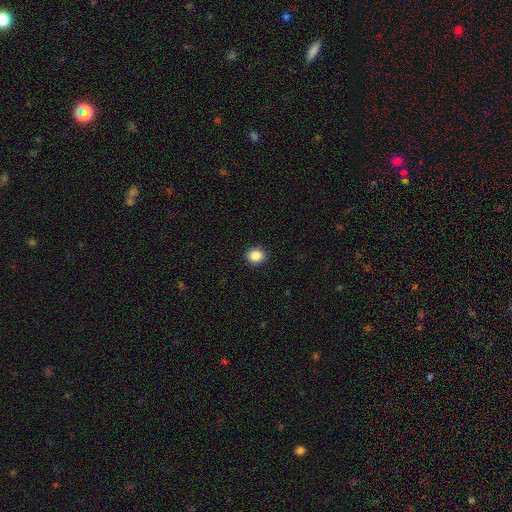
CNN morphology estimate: Smooth or featured?
  - smooth: 87% *
  - star or artifact: 10%
  - featured or disk: 3%
How rounded?
  - round: 79% *
  - in between: 20%
  - cigar-shaped: 1%
Merging?
  - none: 92% *
  - minor disturbance: 5%
  - major disturbance: 2%
  - merger: 1%